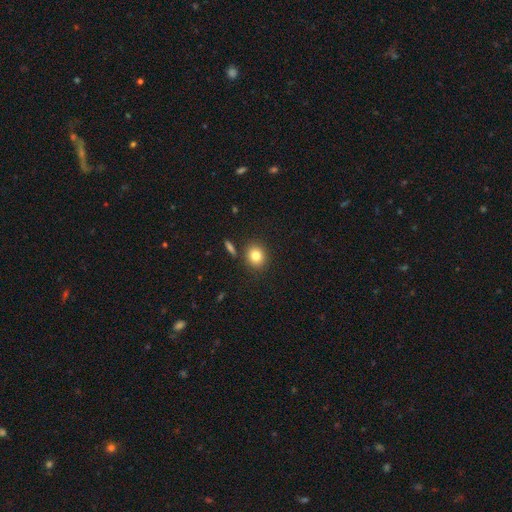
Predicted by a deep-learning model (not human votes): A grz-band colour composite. It shows a smooth galaxy with no disk features (82%) that is round (78%). Merging: none (84%).